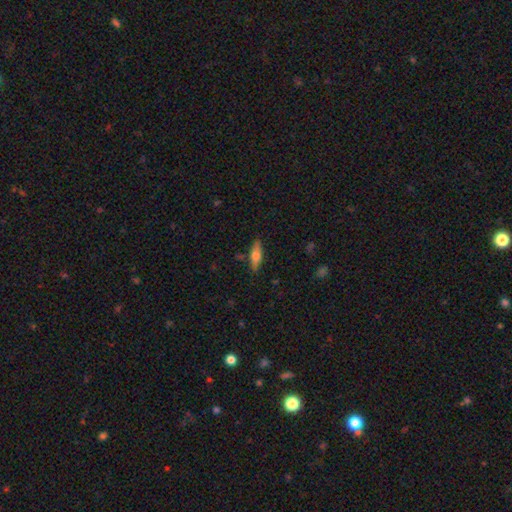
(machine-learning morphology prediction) This appears to be a smooth galaxy with no disk features (55%) that is cigar-shaped (56%). Merging: none (84%).